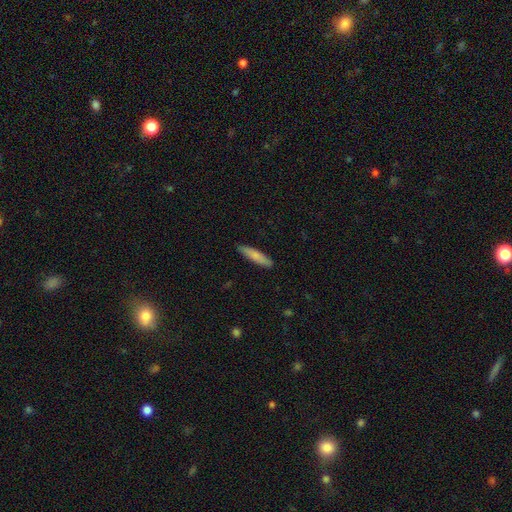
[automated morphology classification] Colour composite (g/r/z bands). It shows a smooth galaxy with no disk features (79%) that is cigar-shaped (81%). Merging: none (88%).